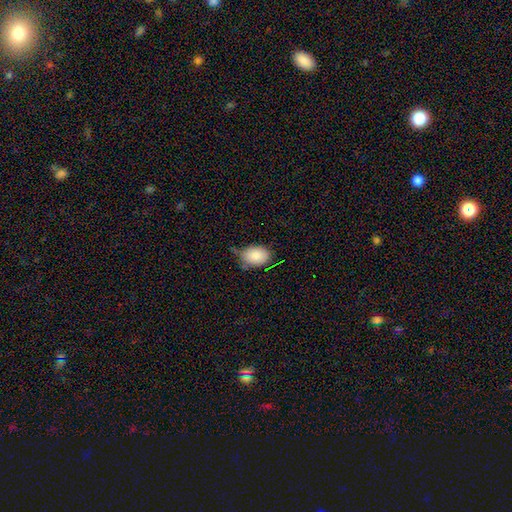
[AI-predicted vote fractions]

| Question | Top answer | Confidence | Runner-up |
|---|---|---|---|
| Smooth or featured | smooth | 84% | featured or disk (8%) |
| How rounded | in between | 76% | round (23%) |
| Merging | none | 54% | minor disturbance (35%) |